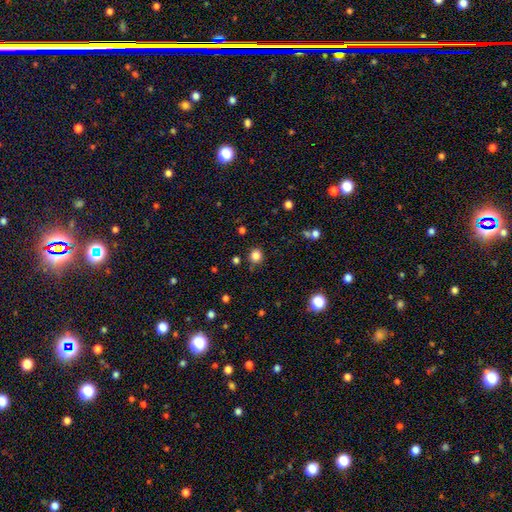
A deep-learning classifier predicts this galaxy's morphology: Smooth or featured?
  - smooth: 83% *
  - star or artifact: 13%
  - featured or disk: 4%
How rounded?
  - round: 90% *
  - in between: 9%
  - cigar-shaped: 1%
Merging?
  - none: 86% *
  - minor disturbance: 8%
  - merger: 3%
  - major disturbance: 3%